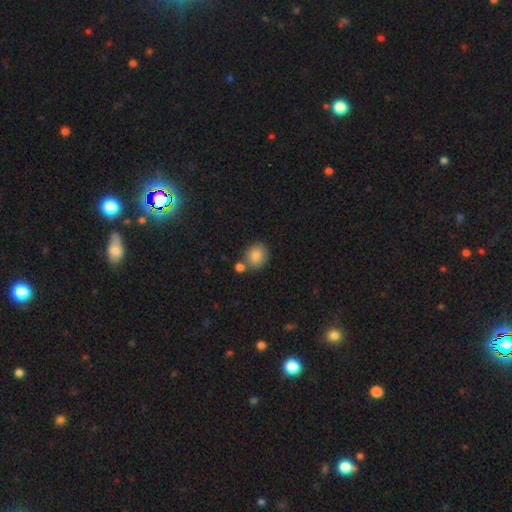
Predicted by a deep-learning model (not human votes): smooth 85%, star or artifact 9%, featured or disk 6%. Down the decision tree: how rounded — round (69%); merging — none (68%).